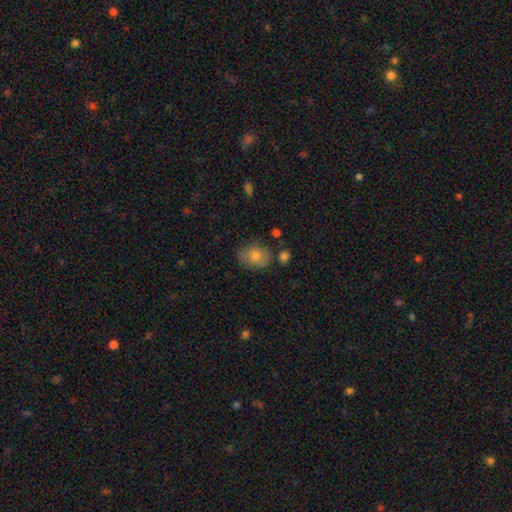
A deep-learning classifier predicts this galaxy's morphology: Overall: smooth (70%). How rounded: in between (56%; round 43%). Merging: none (72%).